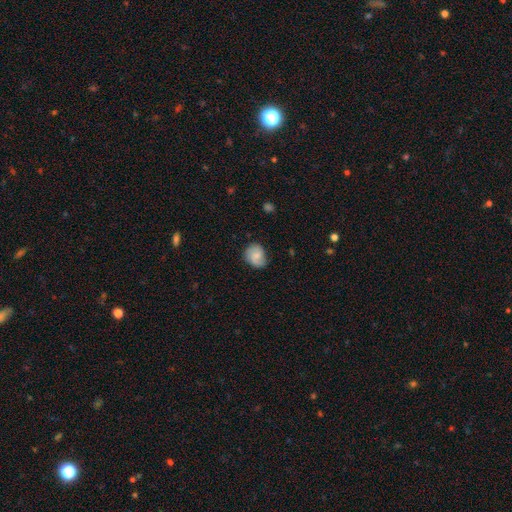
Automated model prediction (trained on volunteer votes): Overall: smooth (62%; featured or disk 30%). How rounded: round (60%; in between 39%). Merging: none (65%; minor disturbance 26%).